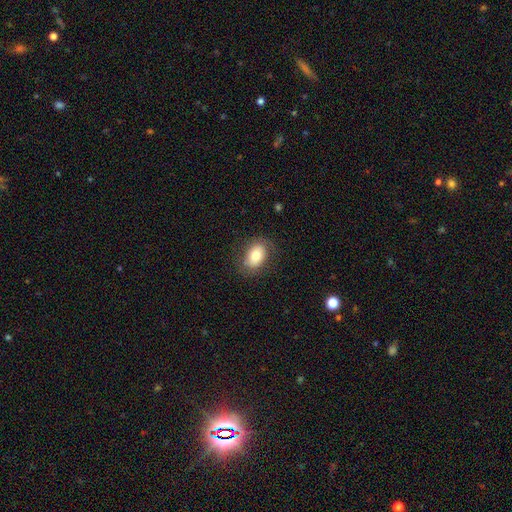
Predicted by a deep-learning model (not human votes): Smooth or featured? smooth (76%)
How rounded? in between (82%)
Merging? none (79%)